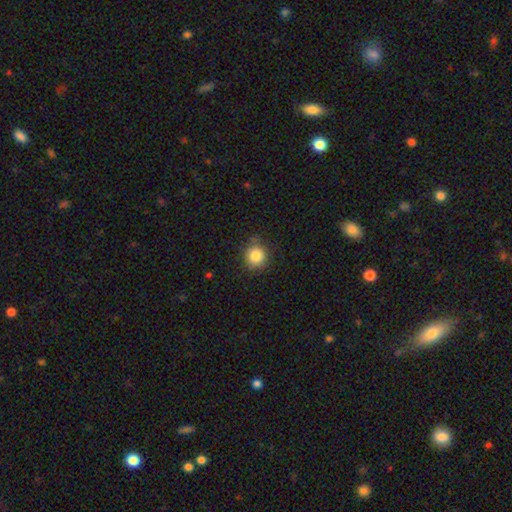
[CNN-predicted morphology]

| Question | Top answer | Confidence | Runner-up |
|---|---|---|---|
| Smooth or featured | smooth | 84% | star or artifact (11%) |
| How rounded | round | 90% | in between (9%) |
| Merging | none | 83% | minor disturbance (12%) |